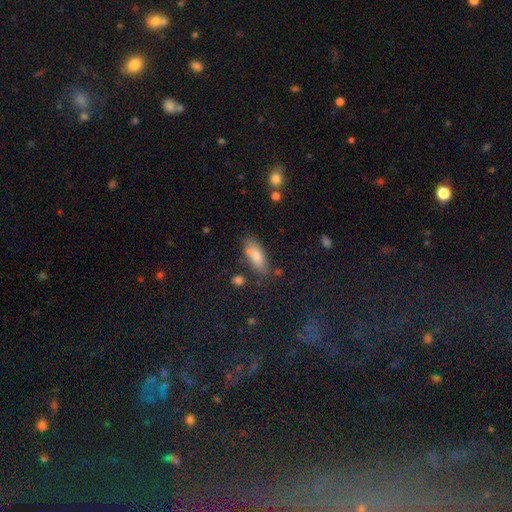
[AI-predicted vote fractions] smooth_or_featured: smooth (p=0.81) [alt: featured or disk p=0.12]
how_rounded: in between (p=0.79) [alt: cigar-shaped p=0.18]
merging: none (p=0.68) [alt: minor disturbance p=0.20]